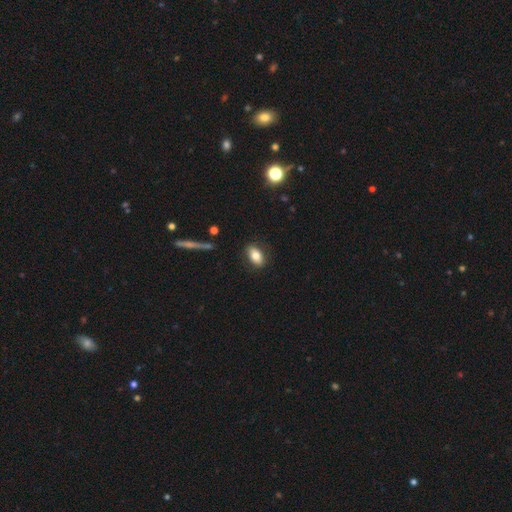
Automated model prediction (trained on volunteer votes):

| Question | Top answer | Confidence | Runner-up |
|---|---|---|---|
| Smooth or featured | smooth | 78% | featured or disk (14%) |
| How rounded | in between | 89% | round (8%) |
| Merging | none | 85% | minor disturbance (11%) |